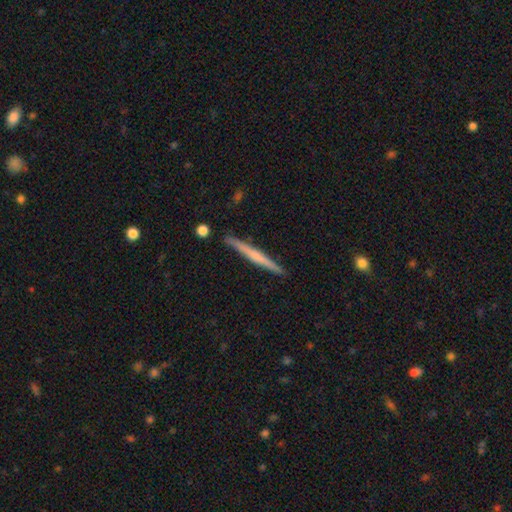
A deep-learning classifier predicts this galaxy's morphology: smooth_or_featured: featured or disk (p=0.56) [alt: smooth p=0.39]
disk_edge_on: yes (p=0.98) [alt: no p=0.02]
edge_on_bulge: none (p=0.50) [alt: rounded p=0.40]
merging: none (p=0.91) [alt: minor disturbance p=0.07]